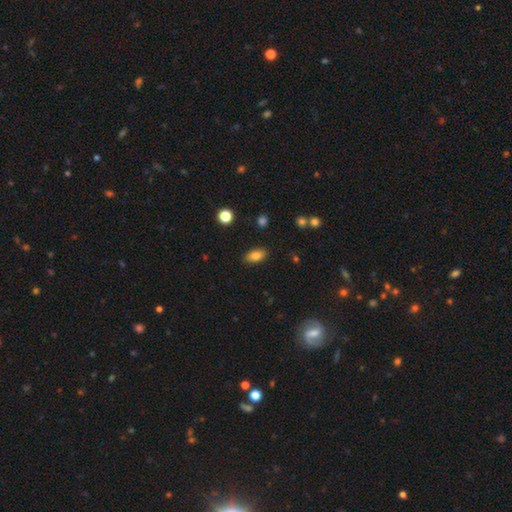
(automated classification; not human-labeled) Smooth or featured?
  - smooth: 83% *
  - star or artifact: 9%
  - featured or disk: 8%
How rounded?
  - in between: 89% *
  - round: 6%
  - cigar-shaped: 5%
Merging?
  - none: 87% *
  - minor disturbance: 9%
  - major disturbance: 2%
  - merger: 2%